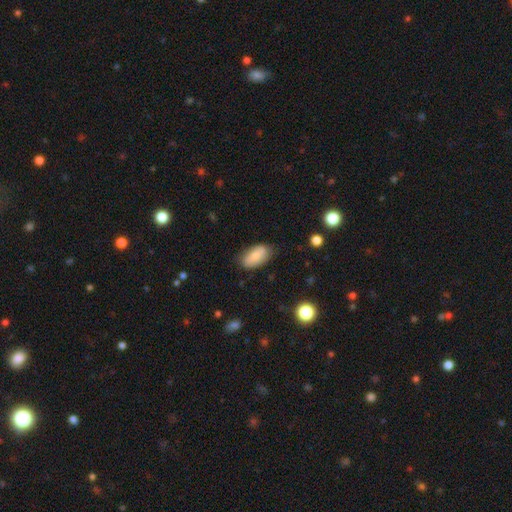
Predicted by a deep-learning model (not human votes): Smooth or featured?
  - smooth: 78% *
  - featured or disk: 15%
  - star or artifact: 7%
How rounded?
  - in between: 93% *
  - cigar-shaped: 4%
  - round: 3%
Merging?
  - none: 75% *
  - minor disturbance: 19%
  - major disturbance: 4%
  - merger: 2%